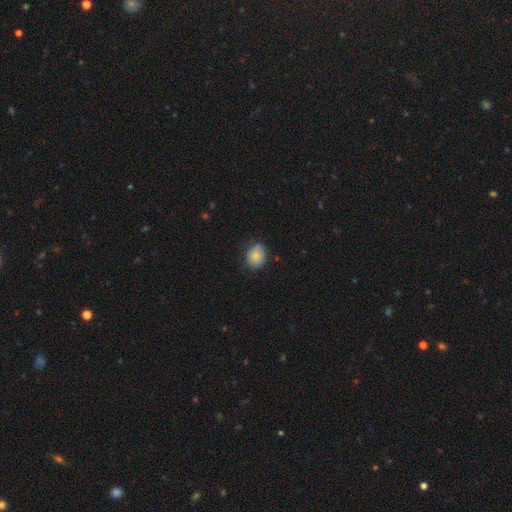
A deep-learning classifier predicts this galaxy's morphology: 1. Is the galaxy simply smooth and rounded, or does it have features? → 82% smooth, 10% featured or disk, 8% star or artifact.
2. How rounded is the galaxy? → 53% round, 47% in between, 1% cigar-shaped.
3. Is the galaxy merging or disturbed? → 71% none, 23% minor disturbance, 4% major disturbance, 1% merger.